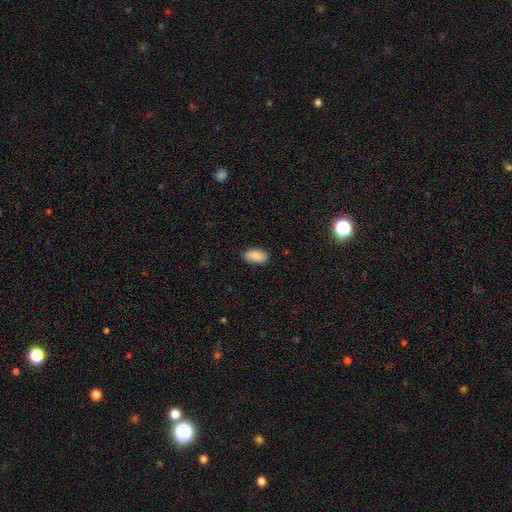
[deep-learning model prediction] Smooth or featured? Predicted: smooth (p=0.88). How rounded? Predicted: in between (p=0.94). Merging? Predicted: none (p=0.87).